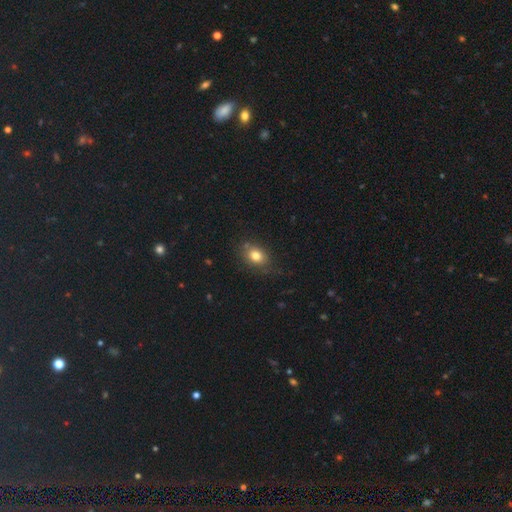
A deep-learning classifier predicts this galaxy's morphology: A smooth galaxy with no disk features (79%) that is in between round and cigar-shaped (64%). Merging: none (75%).